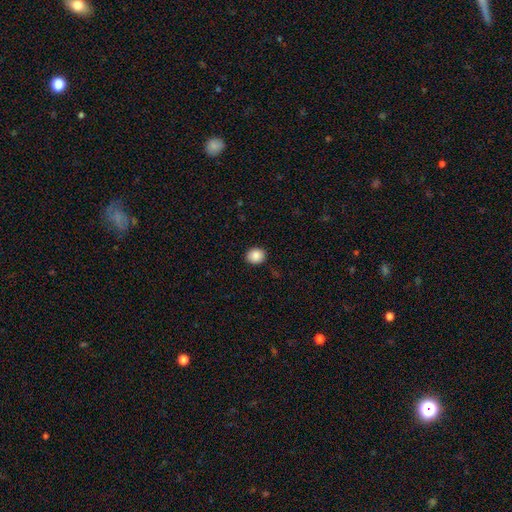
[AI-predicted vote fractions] Morphology: type=smooth (88%); roundness=round (77%); merging=none (91%).